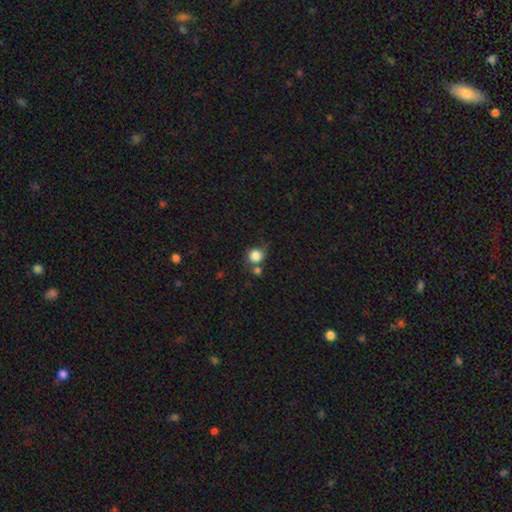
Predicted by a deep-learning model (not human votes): Smooth or featured? Predicted: smooth (p=0.84). How rounded? Predicted: round (p=0.84). Merging? Predicted: none (p=0.54).